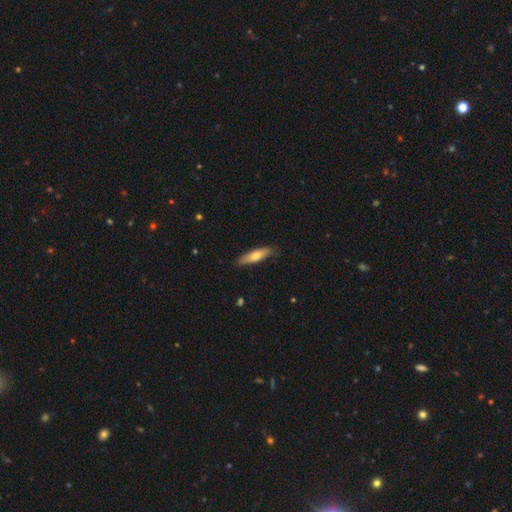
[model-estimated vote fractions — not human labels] smooth_or_featured: smooth (p=0.65) [alt: featured or disk p=0.29]
how_rounded: cigar-shaped (p=0.69) [alt: in between p=0.30]
merging: none (p=0.82) [alt: minor disturbance p=0.14]